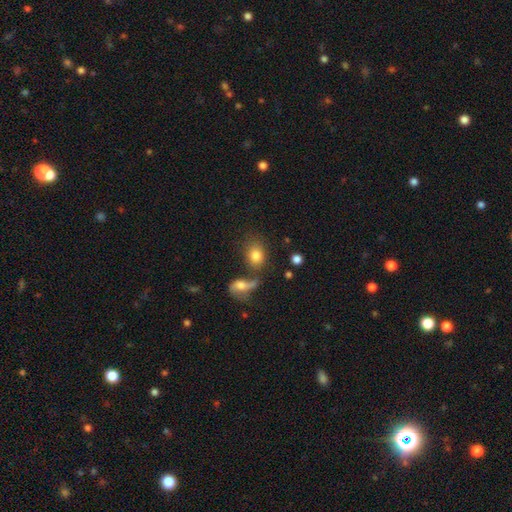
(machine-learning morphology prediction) This appears to be a smooth galaxy with no disk features (79%) that is in between round and cigar-shaped (57%). Merging: none (52%).